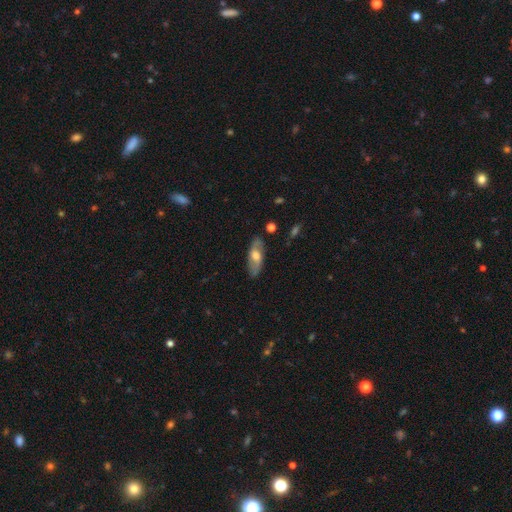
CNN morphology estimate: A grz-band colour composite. It shows a featured or disk galaxy (50%). Merging: none (82%).